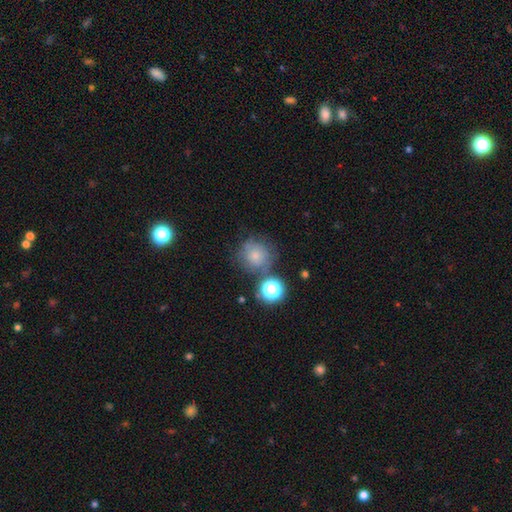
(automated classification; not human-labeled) smooth_or_featured: smooth (p=0.68) [alt: star or artifact p=0.16]
how_rounded: round (p=0.90) [alt: in between p=0.09]
merging: none (p=0.62) [alt: minor disturbance p=0.18]